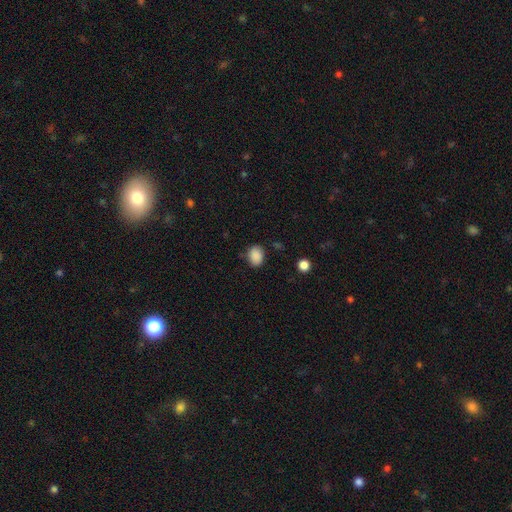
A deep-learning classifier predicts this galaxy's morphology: Smooth or featured? smooth (88%)
How rounded? in between (63%)
Merging? none (79%)